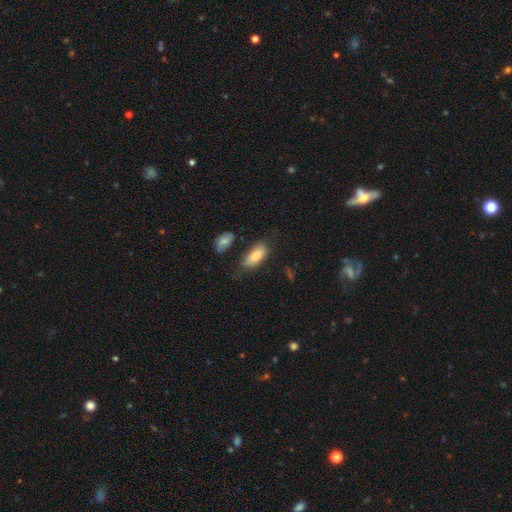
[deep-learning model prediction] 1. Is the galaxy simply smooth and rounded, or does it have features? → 83% smooth, 10% featured or disk, 7% star or artifact.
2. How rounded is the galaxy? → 89% in between, 8% cigar-shaped, 2% round.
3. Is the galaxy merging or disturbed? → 62% none, 24% minor disturbance, 7% major disturbance, 6% merger.